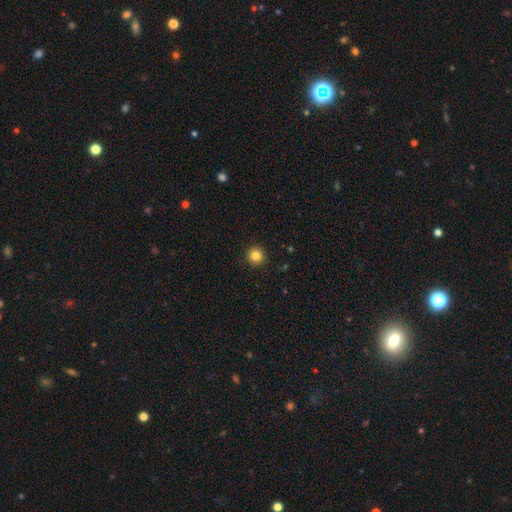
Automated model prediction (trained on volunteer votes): This appears to be a smooth galaxy with no disk features (83%) that is round (94%). Merging: none (93%).